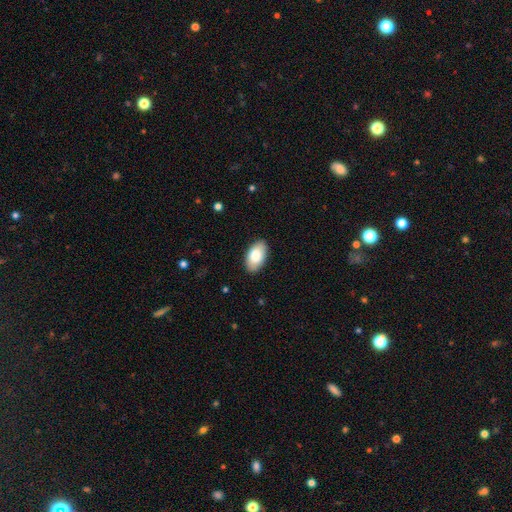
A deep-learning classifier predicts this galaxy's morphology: Q: Smooth or featured?
A: smooth (83%); runner-up: featured or disk (11%)
Q: How rounded?
A: in between (95%); runner-up: round (3%)
Q: Merging?
A: none (87%); runner-up: minor disturbance (10%)